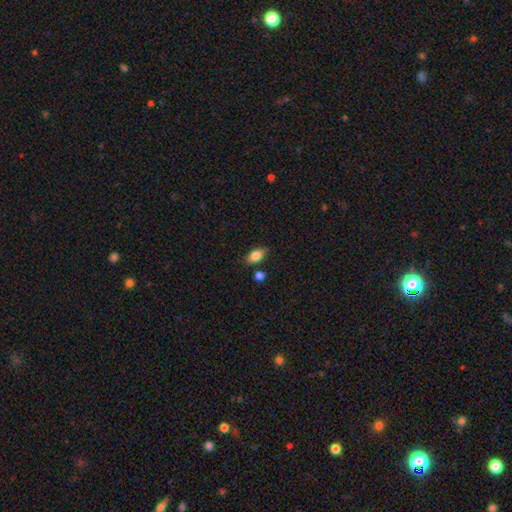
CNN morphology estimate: Smooth or featured? Predicted: smooth (p=0.84). How rounded? Predicted: in between (p=0.89). Merging? Predicted: none (p=0.81).